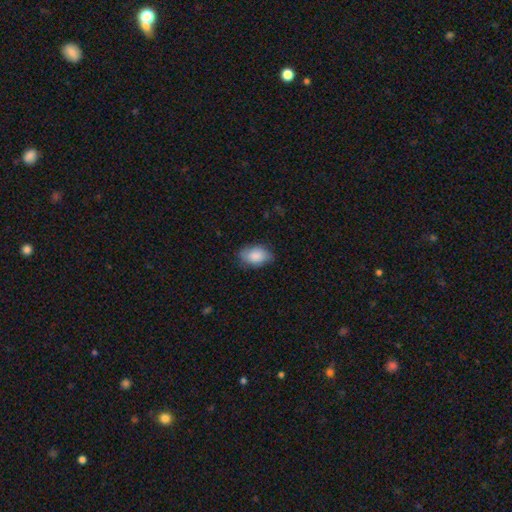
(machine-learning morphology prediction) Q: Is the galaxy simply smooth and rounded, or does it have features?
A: smooth — 84%.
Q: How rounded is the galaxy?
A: in between — 87%.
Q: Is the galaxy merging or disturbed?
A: none — 73%.